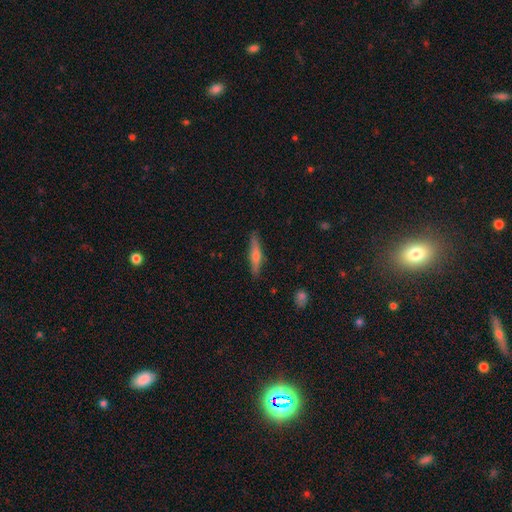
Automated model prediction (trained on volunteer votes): Overall: featured or disk (49%; smooth 45%). Merging: none (88%).